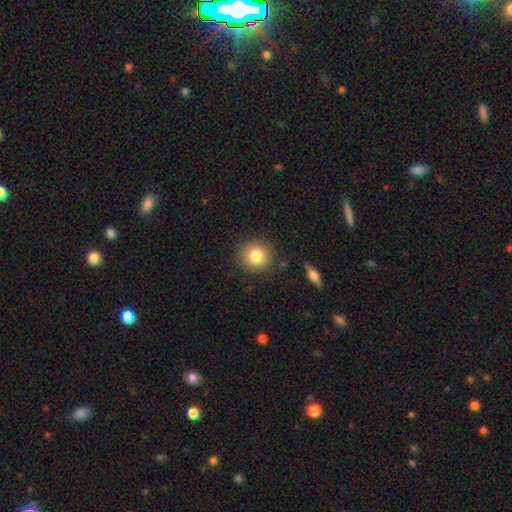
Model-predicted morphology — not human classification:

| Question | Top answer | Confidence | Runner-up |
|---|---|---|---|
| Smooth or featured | smooth | 83% | star or artifact (9%) |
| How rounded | round | 91% | in between (8%) |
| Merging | none | 86% | minor disturbance (9%) |